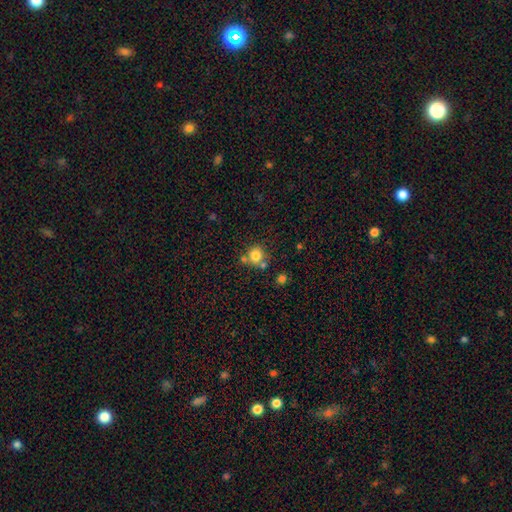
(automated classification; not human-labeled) A smooth galaxy with no disk features (80%) that is round (89%). Merging: none (62%).